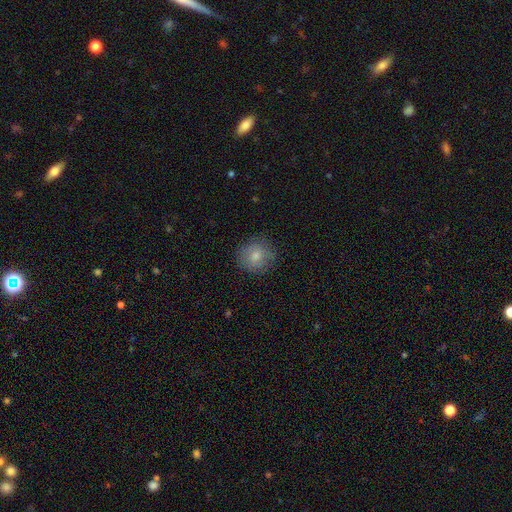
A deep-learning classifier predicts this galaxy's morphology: smooth-or-featured: smooth: 70% | featured or disk: 17% | star or artifact: 14%
  how-rounded: round: 90% | in between: 9% | cigar-shaped: 1%
  merging: none: 87% | minor disturbance: 10% | major disturbance: 3% | merger: 1%